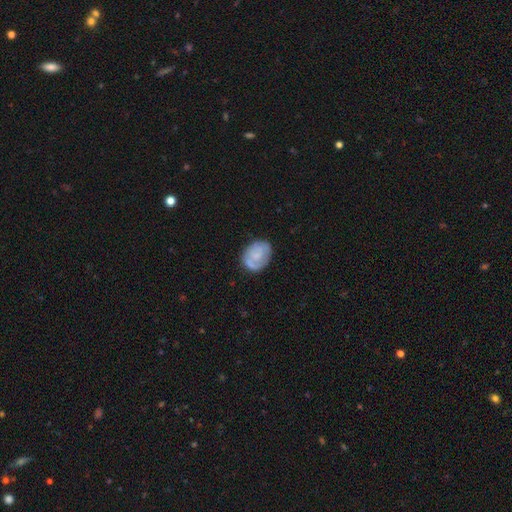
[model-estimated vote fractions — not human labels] A smooth galaxy with no disk features (52%) that is in between round and cigar-shaped (58%). Merging: none (70%).